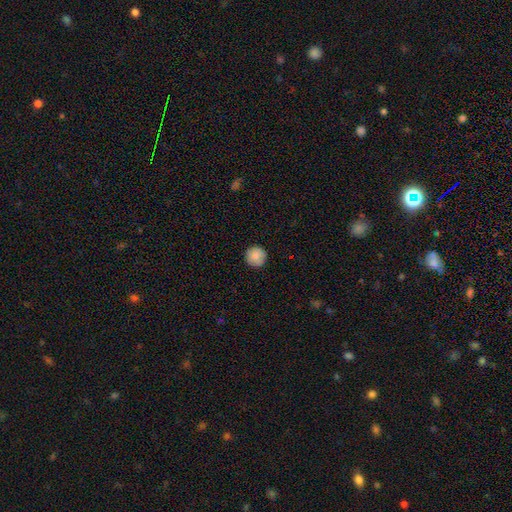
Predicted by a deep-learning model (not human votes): This is clearly a smooth galaxy (85%). How rounded: clearly round (95%). Merging: clearly none (88%).